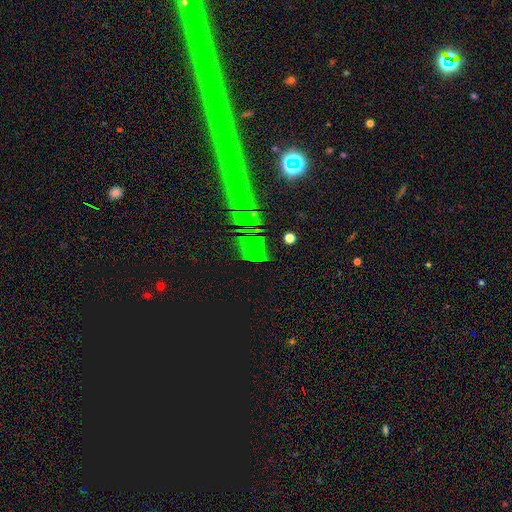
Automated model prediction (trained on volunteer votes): Smooth or featured?
  - star or artifact: 69% *
  - smooth: 20%
  - featured or disk: 12%